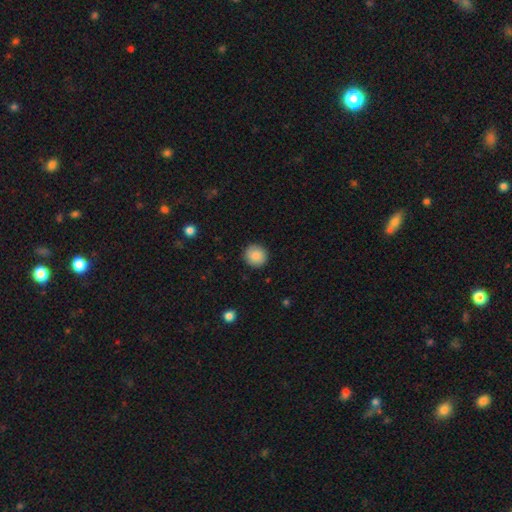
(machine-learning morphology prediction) Overall: smooth (88%). How rounded: round (92%). Merging: none (91%).